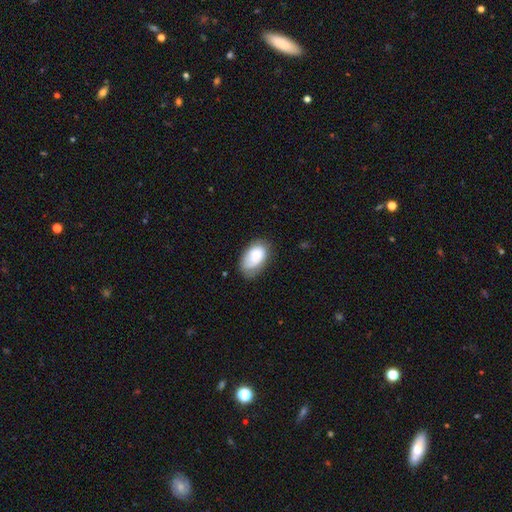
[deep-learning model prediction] Q: Smooth or featured?
A: smooth (75%); runner-up: featured or disk (17%)
Q: How rounded?
A: in between (92%); runner-up: round (7%)
Q: Merging?
A: none (61%); runner-up: minor disturbance (28%)